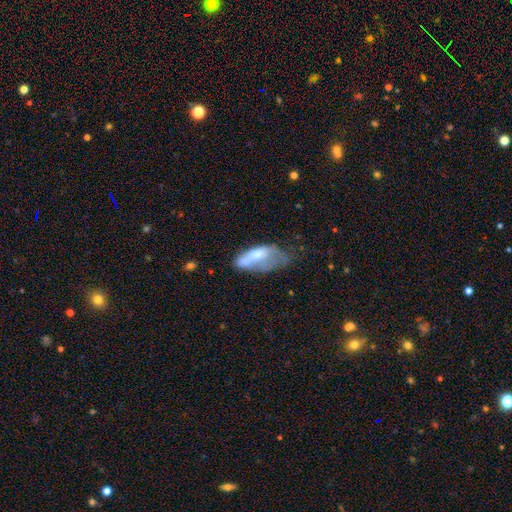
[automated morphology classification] This appears to be a smooth galaxy with no disk features (57%) that is in between round and cigar-shaped (78%). Merging: major disturbance (38%).